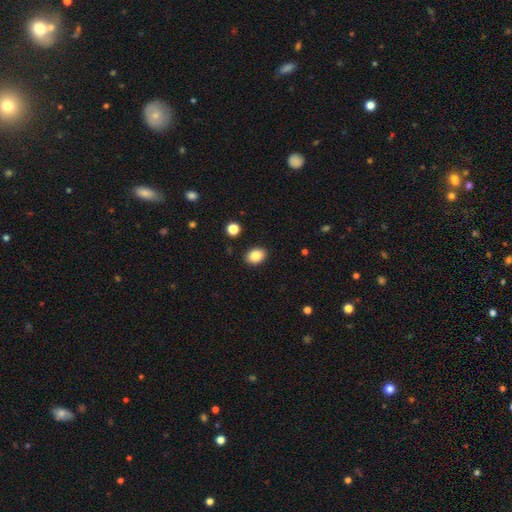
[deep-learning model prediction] Smooth or featured?
  - smooth: 86% *
  - star or artifact: 9%
  - featured or disk: 5%
How rounded?
  - in between: 67% *
  - round: 32%
  - cigar-shaped: 1%
Merging?
  - none: 90% *
  - minor disturbance: 7%
  - major disturbance: 2%
  - merger: 1%